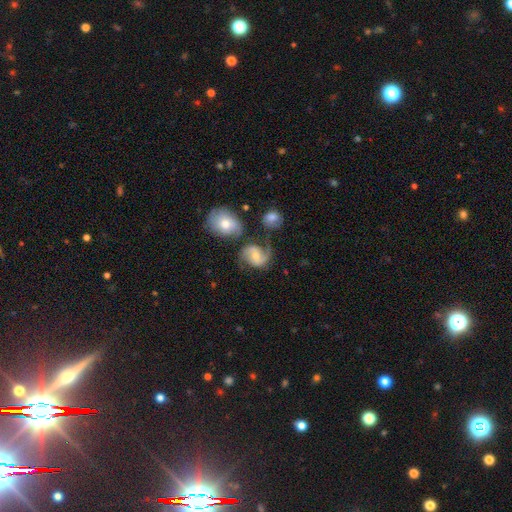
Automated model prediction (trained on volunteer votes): Smooth or featured?
  - featured or disk: 72% *
  - smooth: 21%
  - star or artifact: 8%
Edge-on disk?
  - no: 98% *
  - yes: 2%
Bar?
  - weak: 45% *
  - no: 42%
  - strong: 13%
Spiral arms?
  - yes: 93% *
  - no: 7%
Spiral winding?
  - medium: 49% *
  - loose: 33%
  - tight: 18%
Spiral arm count?
  - 2: 81% *
  - 1: 8%
  - can't tell: 6%
  - 3: 2%
  - 4: 1%
  - more than 4: 1%
Bulge size?
  - moderate: 54% *
  - small: 36%
  - large: 5%
  - none: 4%
  - dominant: 1%
Merging?
  - none: 49% *
  - merger: 20%
  - minor disturbance: 19%
  - major disturbance: 12%